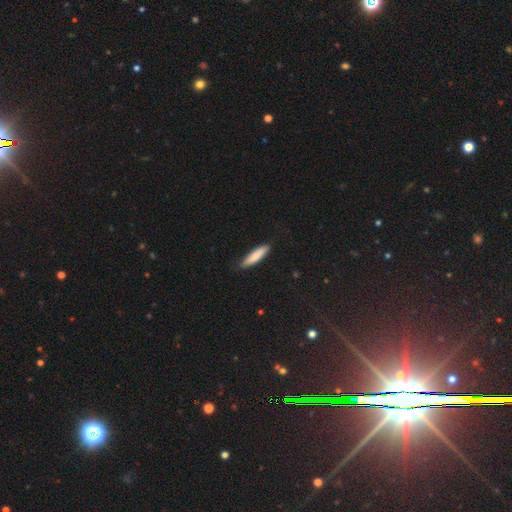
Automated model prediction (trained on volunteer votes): This appears to be a smooth galaxy with no disk features (80%) that is cigar-shaped (78%). Merging: none (84%).